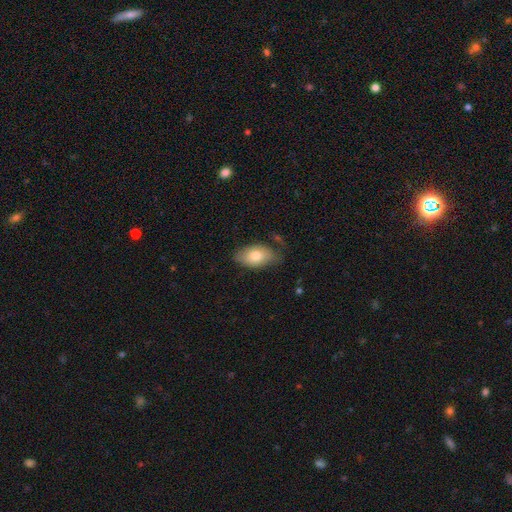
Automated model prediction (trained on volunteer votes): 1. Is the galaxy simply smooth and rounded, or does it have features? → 77% smooth, 16% featured or disk, 7% star or artifact.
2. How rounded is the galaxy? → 92% in between, 6% round, 2% cigar-shaped.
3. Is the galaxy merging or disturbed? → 67% none, 25% minor disturbance, 6% major disturbance, 2% merger.